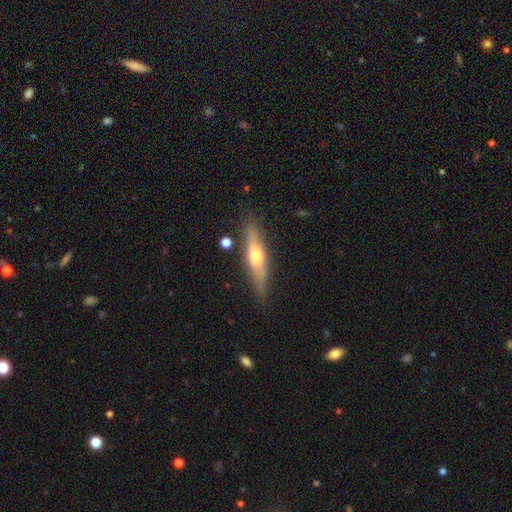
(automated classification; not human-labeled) Smooth or featured?
  - featured or disk: 47% * (tied)
  - smooth: 47% * (tied)
  - star or artifact: 6%
Merging?
  - none: 81% *
  - minor disturbance: 13%
  - major disturbance: 3%
  - merger: 3%